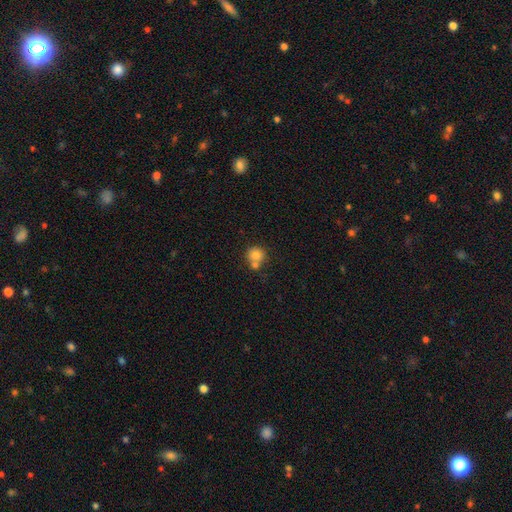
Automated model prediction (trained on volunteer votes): Smooth or featured? smooth (79%)
How rounded? round (89%)
Merging? none (52%)